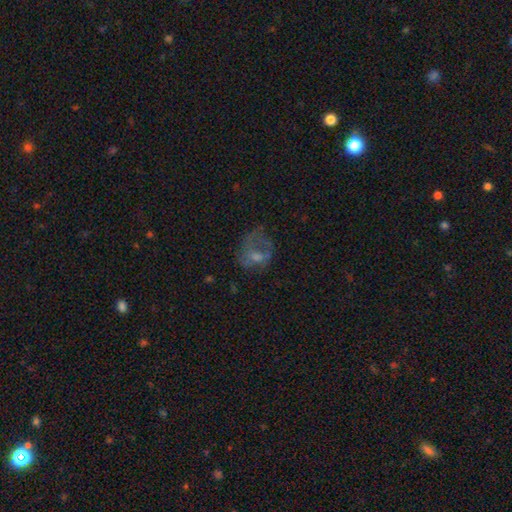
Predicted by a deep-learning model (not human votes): smooth_or_featured: featured or disk (p=0.45) [alt: smooth p=0.43]
merging: major disturbance (p=0.42) [alt: none p=0.33]